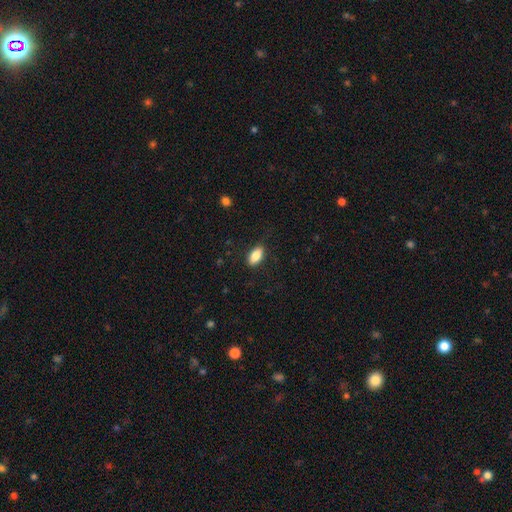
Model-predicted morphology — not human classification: Smooth or featured? Predicted: smooth (p=0.83). How rounded? Predicted: in between (p=0.89). Merging? Predicted: none (p=0.84).